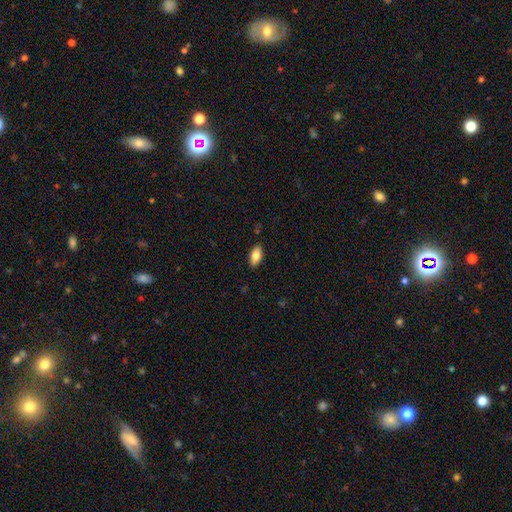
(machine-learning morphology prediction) Overall: smooth (81%). How rounded: in between (91%). Merging: none (87%).